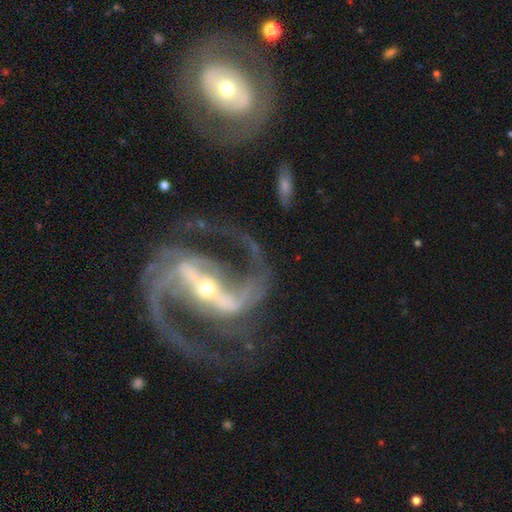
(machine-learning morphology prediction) This is clearly a featured or disk galaxy (93%). It is clearly not viewed edge-on (97%). Bar: clearly strong (80%). Spiral arm pattern: clearly yes (98%). Spiral arm count: clearly 2 (93%). Spiral winding: likely medium (62%). Central bulge: likely small (61%). Merging: likely none (69%).